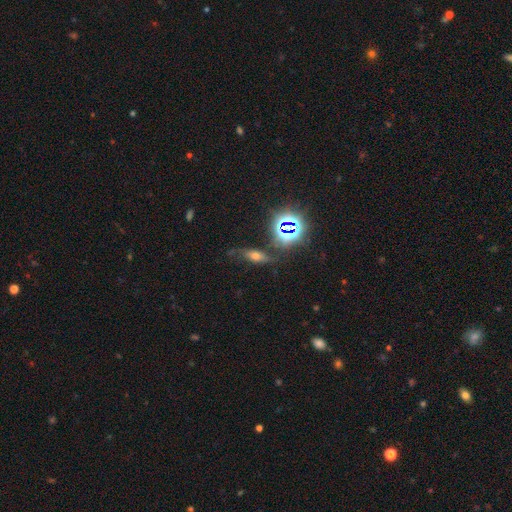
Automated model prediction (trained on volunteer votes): A smooth galaxy with no disk features (40%).

Vote fractions:
- Smooth or featured? smooth: 40% / star or artifact: 33% / featured or disk: 27%
- Merging? none: 66% / minor disturbance: 20% / major disturbance: 9% / merger: 5%